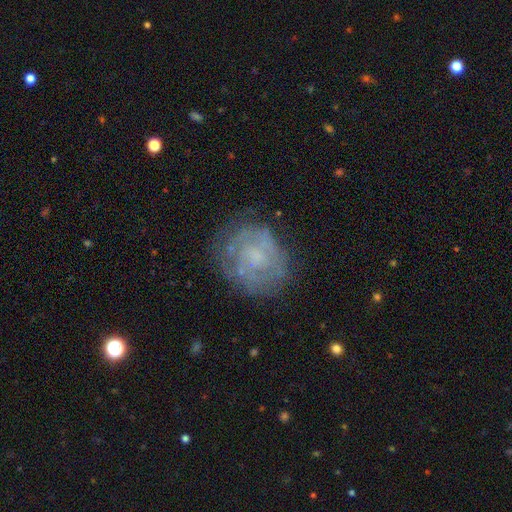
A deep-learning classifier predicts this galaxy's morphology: Q: Smooth or featured?
A: featured or disk (63%); runner-up: smooth (27%)
Q: Edge-on disk?
A: no (97%); runner-up: yes (3%)
Q: Bar?
A: no (76%); runner-up: weak (20%)
Q: Spiral arms?
A: yes (59%); runner-up: no (41%)
Q: Bulge size?
A: none (39%); runner-up: small (35%)
Q: Merging?
A: none (70%); runner-up: minor disturbance (18%)